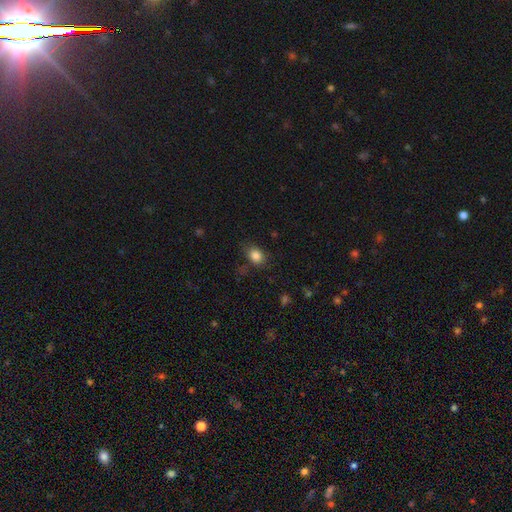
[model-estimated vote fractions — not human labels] The model was most divided on "how rounded": in between: 56%, round: 42%, cigar-shaped: 1%. More confident: smooth or featured — smooth (84%); merging — none (75%).